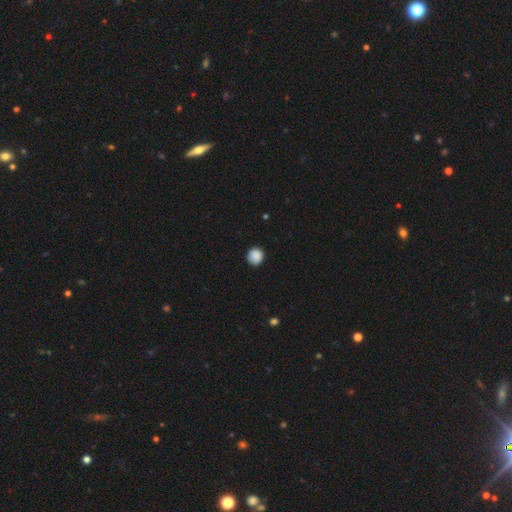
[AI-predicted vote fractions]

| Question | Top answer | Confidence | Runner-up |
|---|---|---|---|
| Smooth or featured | smooth | 89% | star or artifact (9%) |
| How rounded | round | 93% | in between (6%) |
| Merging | none | 89% | minor disturbance (8%) |